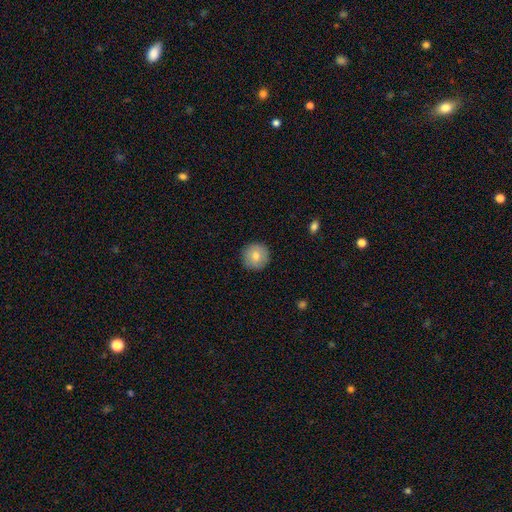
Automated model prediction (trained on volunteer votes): This appears to be a smooth galaxy with no disk features (76%) that is round (95%). Merging: none (91%).